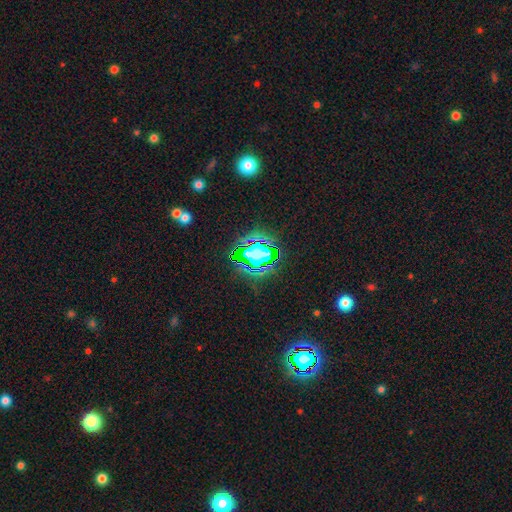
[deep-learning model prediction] The model was most divided on "smooth or featured": star or artifact: 81%, smooth: 12%, featured or disk: 7%.